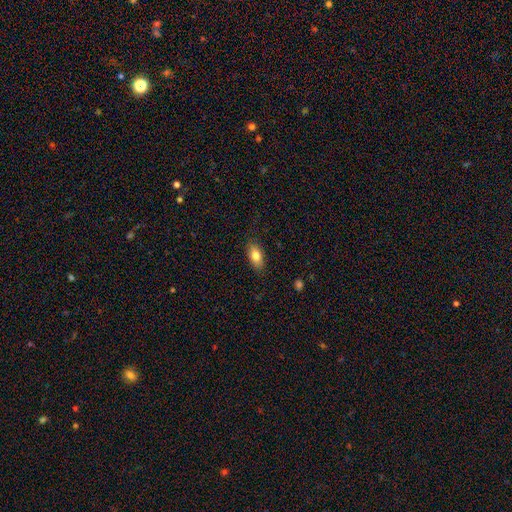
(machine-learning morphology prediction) Q: Smooth or featured?
A: smooth (79%); runner-up: featured or disk (14%)
Q: How rounded?
A: in between (86%); runner-up: cigar-shaped (10%)
Q: Merging?
A: none (85%); runner-up: minor disturbance (11%)